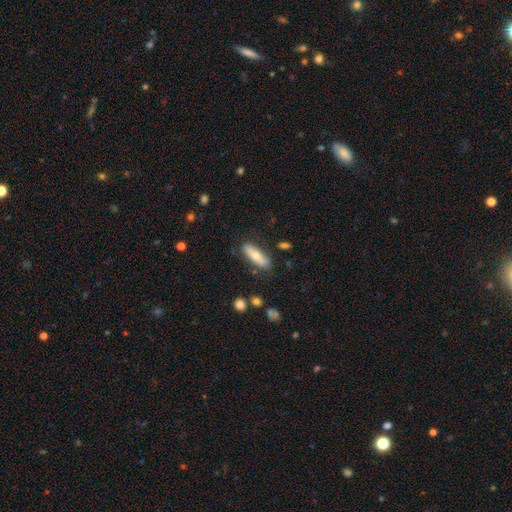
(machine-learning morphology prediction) Smooth or featured? Predicted: smooth (p=0.61). How rounded? Predicted: in between (p=0.52). Merging? Predicted: none (p=0.79).